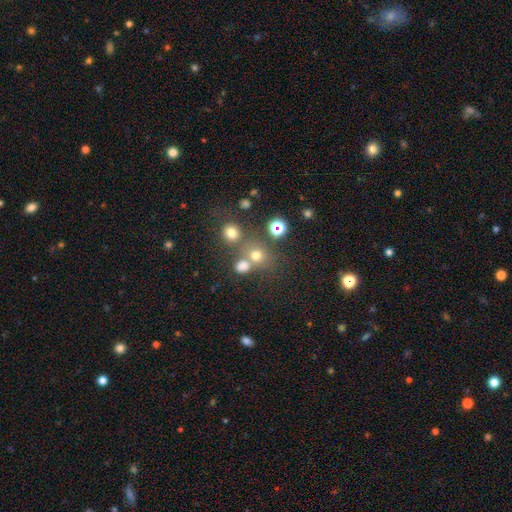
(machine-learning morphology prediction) The model was most divided on "merging": none: 59%, merger: 26%, minor disturbance: 10%, major disturbance: 6%. More confident: how rounded — round (79%); smooth or featured — smooth (65%).